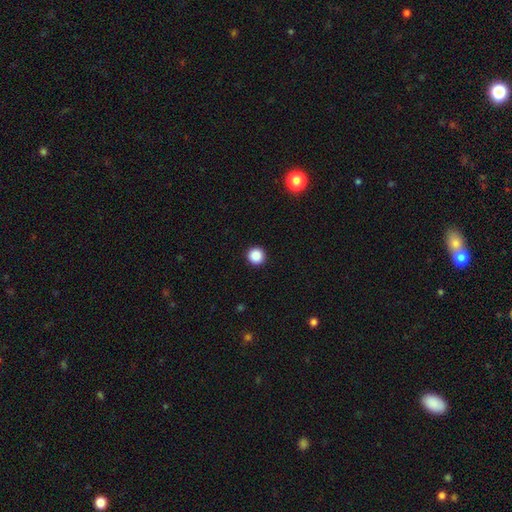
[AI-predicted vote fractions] This is clearly a smooth galaxy (87%). How rounded: clearly round (96%). Merging: clearly none (94%).